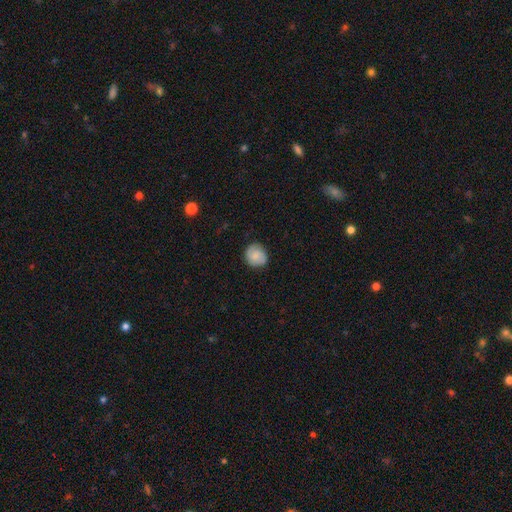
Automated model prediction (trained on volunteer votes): Q: Smooth or featured?
A: smooth (78%); runner-up: featured or disk (14%)
Q: How rounded?
A: round (83%); runner-up: in between (16%)
Q: Merging?
A: none (81%); runner-up: minor disturbance (15%)